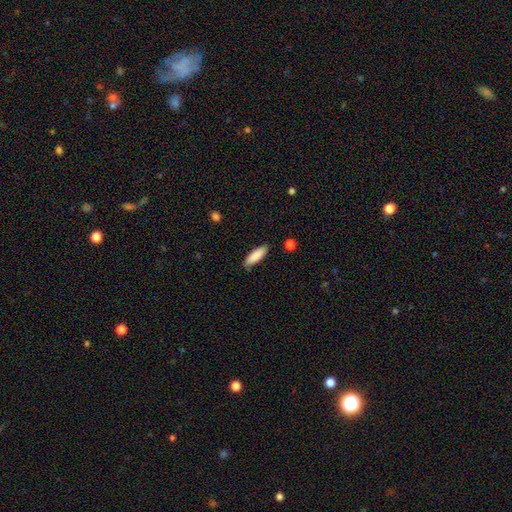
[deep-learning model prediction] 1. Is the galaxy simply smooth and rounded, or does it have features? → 87% smooth, 8% featured or disk, 6% star or artifact.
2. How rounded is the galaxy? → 51% cigar-shaped, 48% in between, 1% round.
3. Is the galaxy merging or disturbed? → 83% none, 13% minor disturbance, 2% major disturbance, 2% merger.